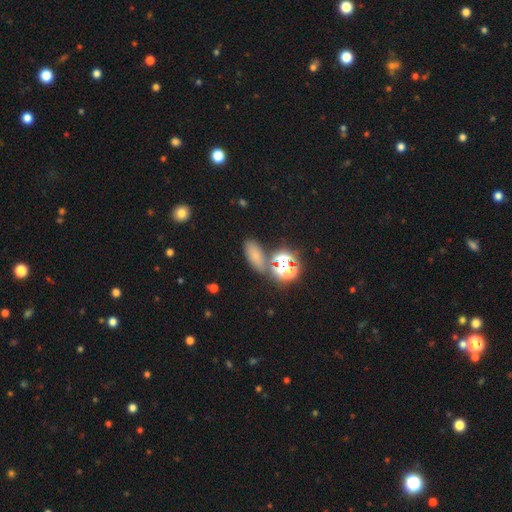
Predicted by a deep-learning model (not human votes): Overall: smooth (63%; star or artifact 28%). How rounded: in between (78%). Merging: none (72%).